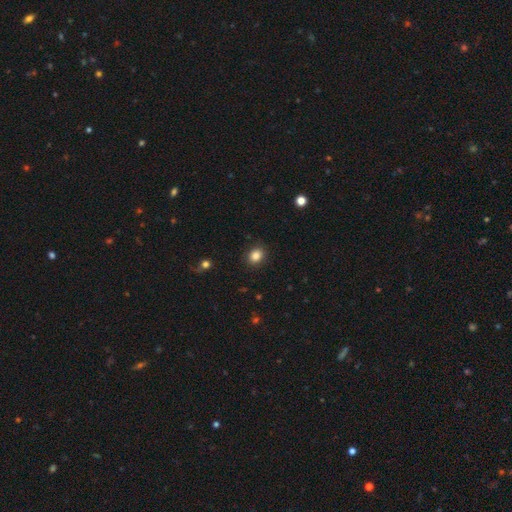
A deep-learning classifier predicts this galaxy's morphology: The model was most divided on "how rounded": round: 58%, in between: 41%, cigar-shaped: 1%. More confident: merging — none (89%); smooth or featured — smooth (86%).